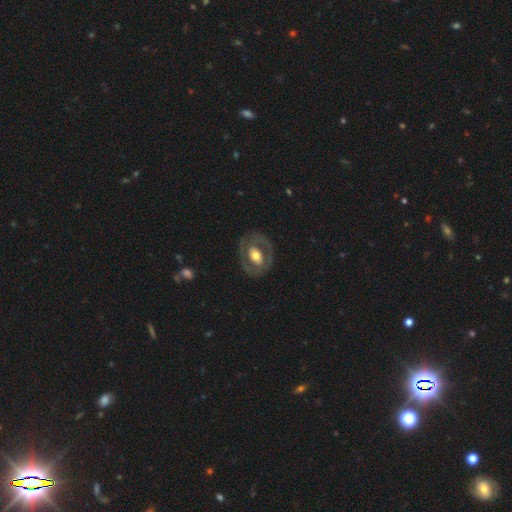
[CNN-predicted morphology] Overall: featured or disk (60%; smooth 35%). Edge-on disk: no (94%). Bar: no (61%; weak 24%). Spiral arms: no (76%). Bulge size: moderate (62%; large 26%). Merging: none (77%).